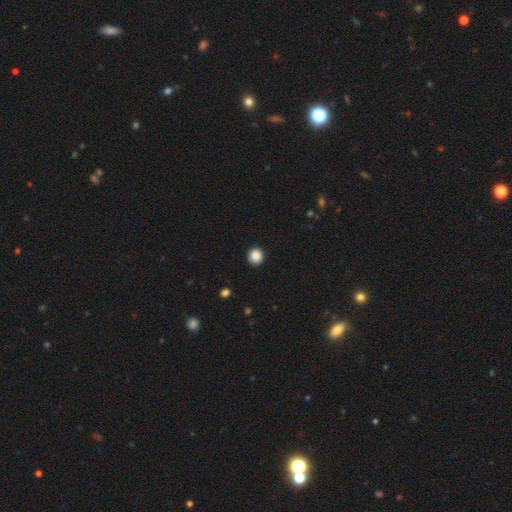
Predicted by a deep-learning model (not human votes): This is clearly a smooth galaxy (87%). How rounded: clearly round (93%). Merging: clearly none (92%).